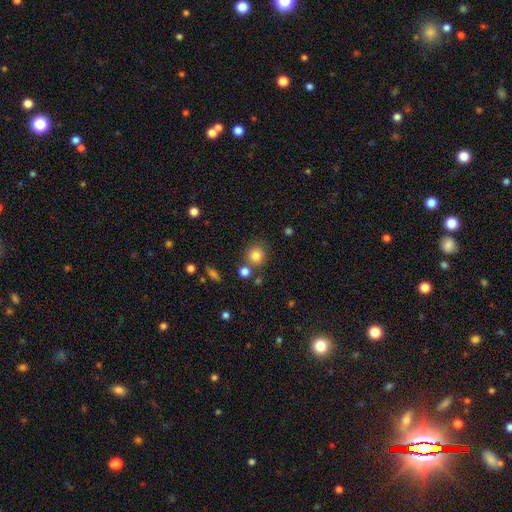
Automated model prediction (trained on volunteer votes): This appears to be a smooth galaxy with no disk features (82%) that is round (85%). Merging: none (73%).